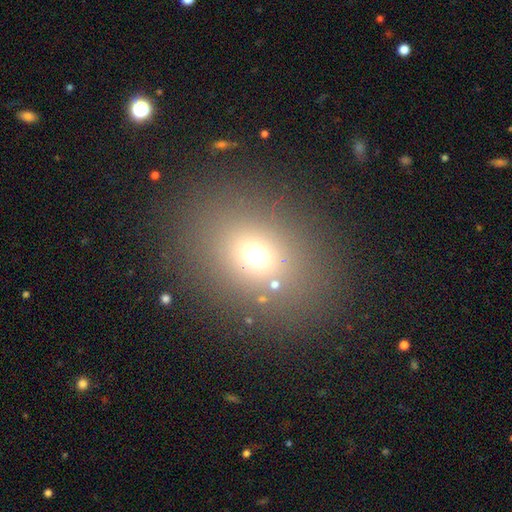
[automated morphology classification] This appears to be a smooth galaxy with no disk features (67%) that is round (51%). Merging: none (83%).